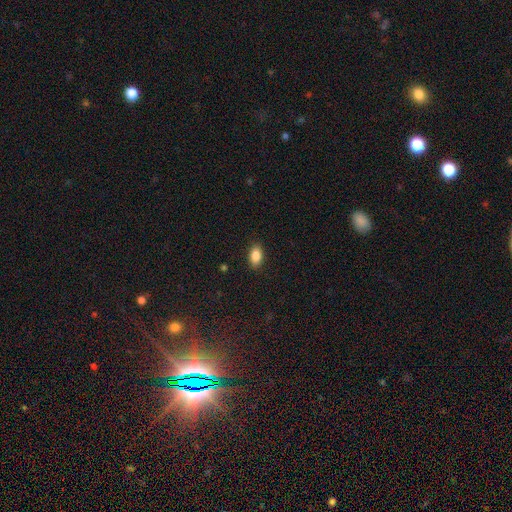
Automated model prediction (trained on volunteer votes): A smooth galaxy with no disk features (87%) that is in between round and cigar-shaped (90%). Merging: none (88%).